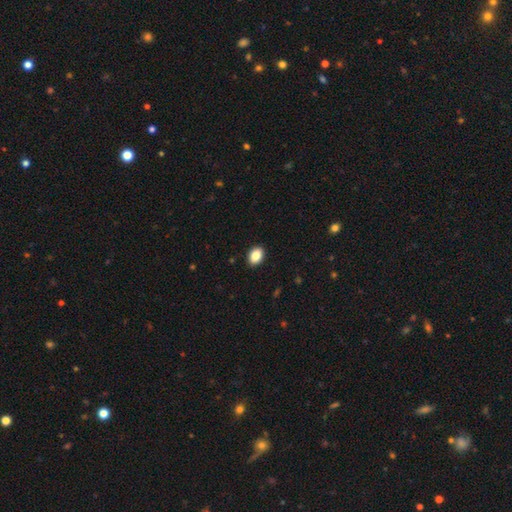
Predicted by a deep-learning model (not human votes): Morphology: type=smooth (87%); roundness=in between (80%); merging=none (91%).